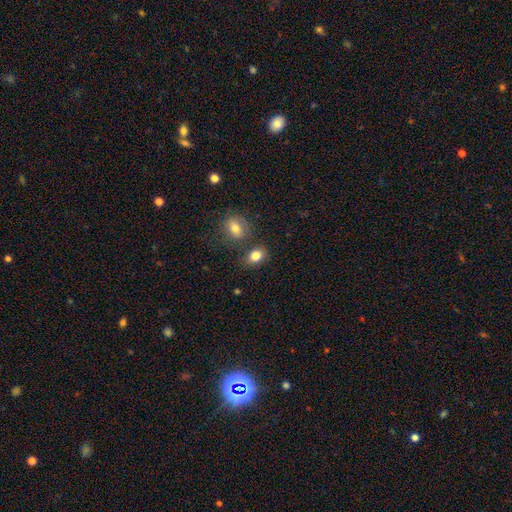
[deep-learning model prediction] Smooth or featured? smooth (83%)
How rounded? in between (72%)
Merging? none (71%)